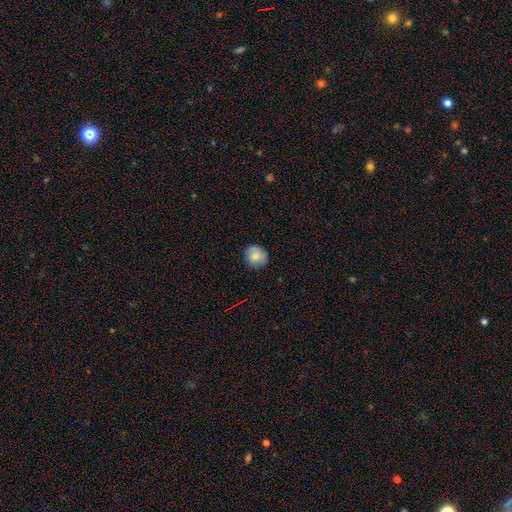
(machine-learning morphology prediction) Q: Smooth or featured?
A: smooth (78%); runner-up: featured or disk (14%)
Q: How rounded?
A: round (84%); runner-up: in between (15%)
Q: Merging?
A: none (80%); runner-up: minor disturbance (16%)